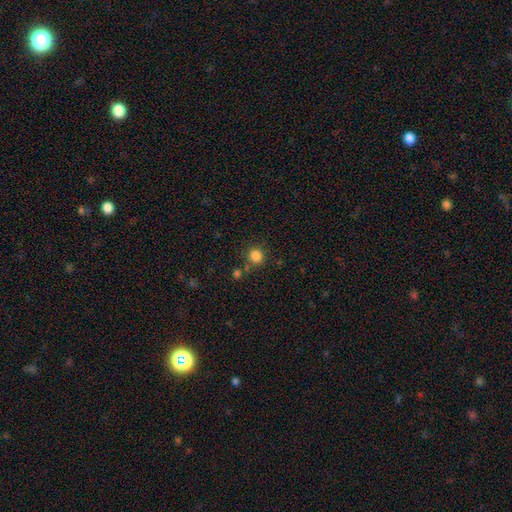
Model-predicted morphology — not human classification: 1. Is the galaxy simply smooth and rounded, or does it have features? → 84% smooth, 12% star or artifact, 4% featured or disk.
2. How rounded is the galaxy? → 91% round, 8% in between, 1% cigar-shaped.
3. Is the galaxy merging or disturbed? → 80% none, 9% minor disturbance, 8% merger, 3% major disturbance.